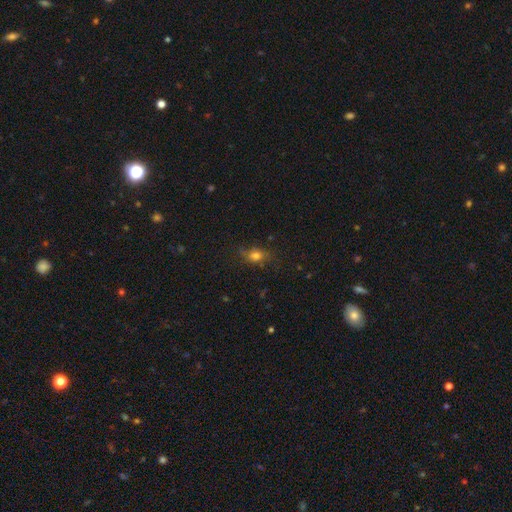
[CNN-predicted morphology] smooth_or_featured: smooth (p=0.68) [alt: featured or disk p=0.16]
how_rounded: in between (p=0.60) [alt: round p=0.33]
merging: none (p=0.64) [alt: minor disturbance p=0.23]